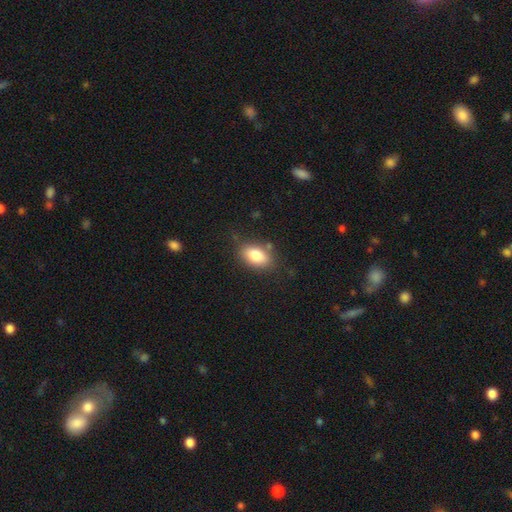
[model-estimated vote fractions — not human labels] smooth 82%, featured or disk 10%, star or artifact 8%. Down the decision tree: how rounded — in between (88%); merging — none (78%).